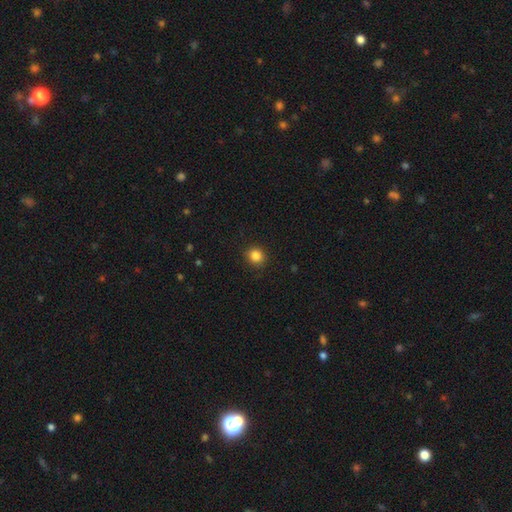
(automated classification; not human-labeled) A smooth galaxy with no disk features (85%) that is round (85%). Merging: none (91%).